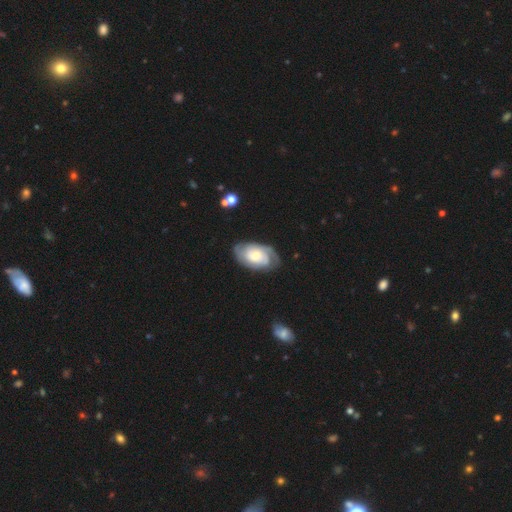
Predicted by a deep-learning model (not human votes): smooth-or-featured: featured or disk: 73% | smooth: 22% | star or artifact: 5%
  disk-edge-on: no: 96% | yes: 4%
    bar: no: 62% | weak: 31% | strong: 6%
    has-spiral-arms: yes: 90% | no: 10%
      spiral-winding: tight: 62% | medium: 29% | loose: 9%
      spiral-arm-count: 2: 41% | can't tell: 35% | 3: 12% | 1: 5% | 4: 4% | more than 4: 3%
    bulge-size: moderate: 46% | small: 40% | large: 9% | none: 3% | dominant: 1%
  merging: none: 71% | minor disturbance: 20% | major disturbance: 7% | merger: 2%